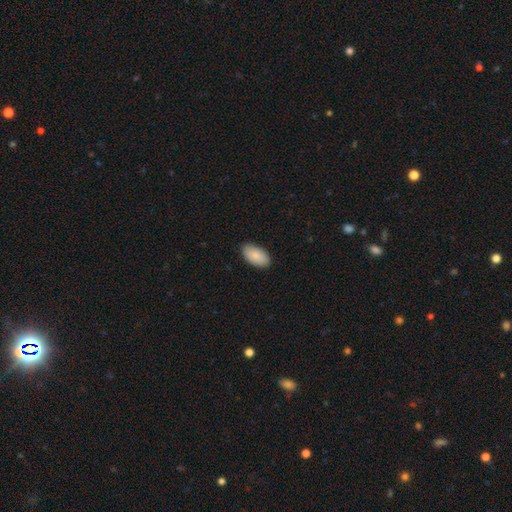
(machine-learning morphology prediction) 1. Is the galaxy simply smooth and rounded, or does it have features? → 88% smooth, 7% featured or disk, 6% star or artifact.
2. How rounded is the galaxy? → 96% in between, 2% round, 2% cigar-shaped.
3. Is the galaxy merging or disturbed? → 88% none, 10% minor disturbance, 2% major disturbance, 1% merger.